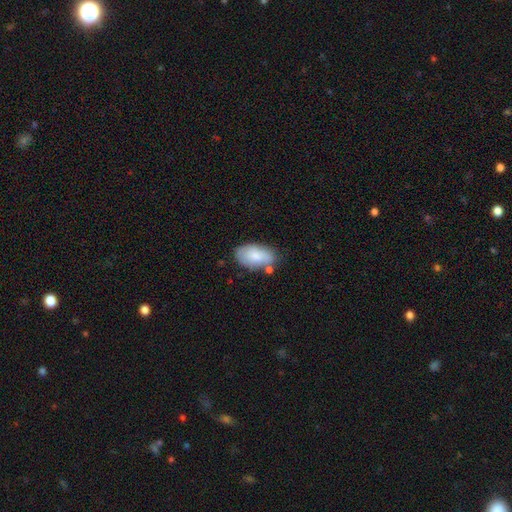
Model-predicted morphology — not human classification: This is likely a smooth galaxy (77%). How rounded: clearly in between (94%). Merging: likely none (64%).